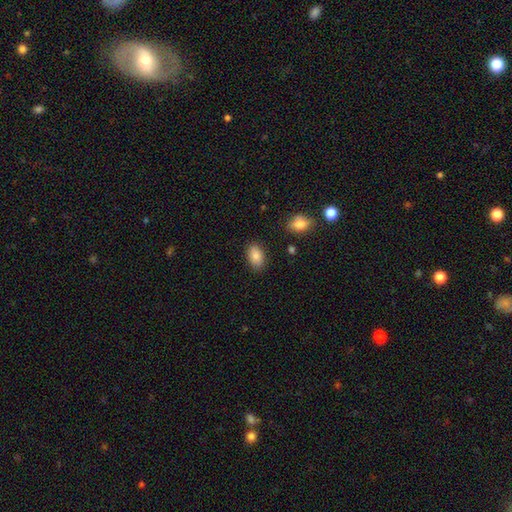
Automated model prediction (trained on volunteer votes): smooth_or_featured: smooth (p=0.85) [alt: star or artifact p=0.08]
how_rounded: in between (p=0.91) [alt: round p=0.08]
merging: none (p=0.84) [alt: minor disturbance p=0.11]